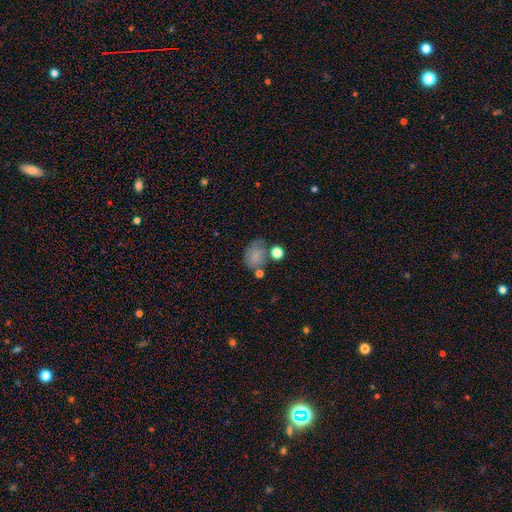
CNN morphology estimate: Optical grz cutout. It shows a smooth galaxy with no disk features (78%) that is in between round and cigar-shaped (57%). Merging: none (50%).